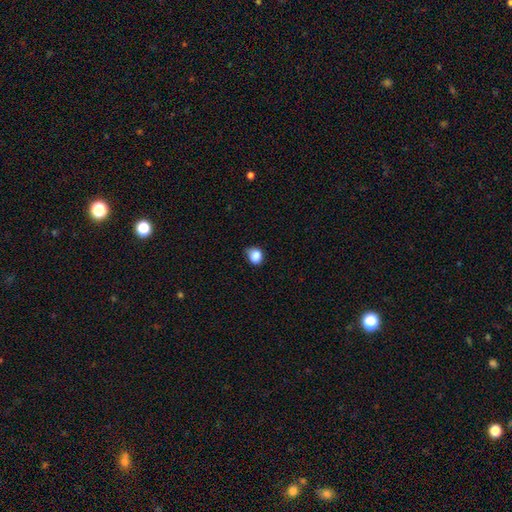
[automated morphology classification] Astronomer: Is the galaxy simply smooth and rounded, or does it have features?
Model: smooth — 86%.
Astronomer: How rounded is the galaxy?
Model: round — 59% (runner-up: in between, 40%).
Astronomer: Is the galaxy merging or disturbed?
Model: none — 53% (runner-up: minor disturbance, 38%).